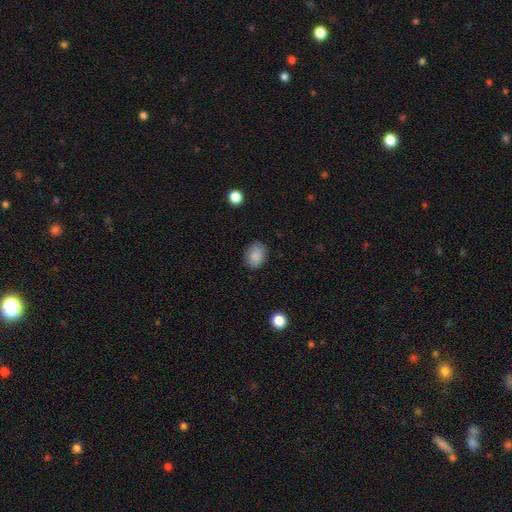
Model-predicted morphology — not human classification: This appears to be a smooth galaxy with no disk features (86%) that is in between round and cigar-shaped (62%). Merging: none (80%).